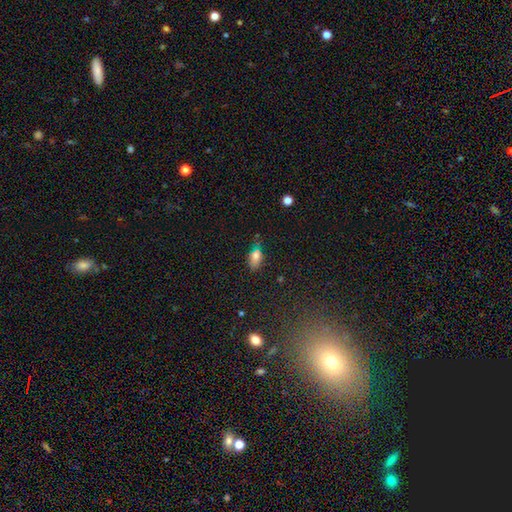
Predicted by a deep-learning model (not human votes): This is likely a smooth galaxy (78%). How rounded: clearly in between (86%). Merging: possibly none (48%).